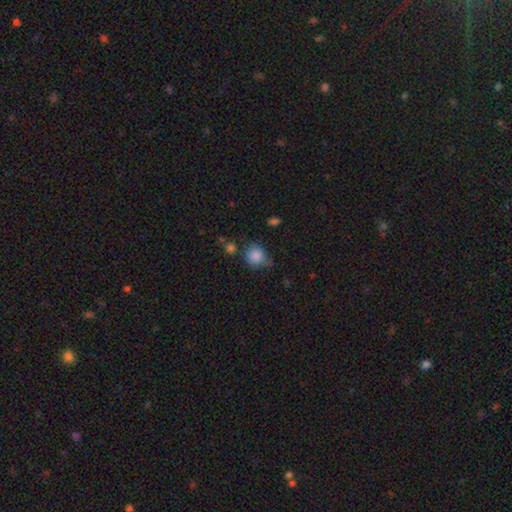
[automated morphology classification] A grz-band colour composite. It shows a smooth galaxy with no disk features (85%) that is round (82%). Merging: none (63%).